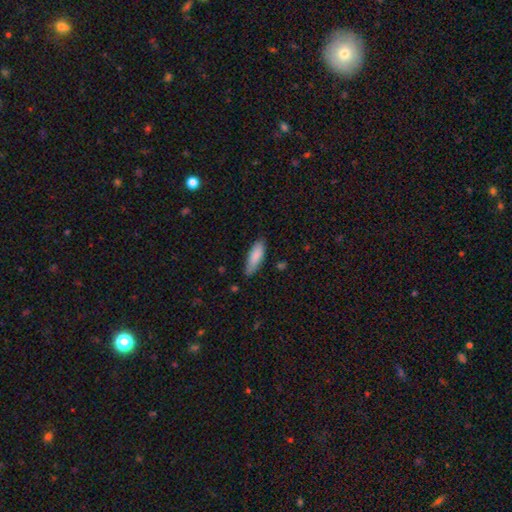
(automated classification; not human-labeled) smooth 85%, featured or disk 9%, star or artifact 6%. Down the decision tree: how rounded — in between (56%); merging — none (77%).